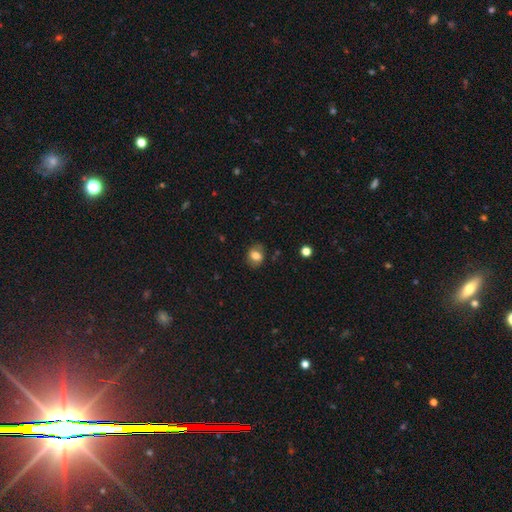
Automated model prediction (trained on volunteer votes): Overall: smooth (73%). How rounded: in between (50%; round 49%). Merging: none (78%).